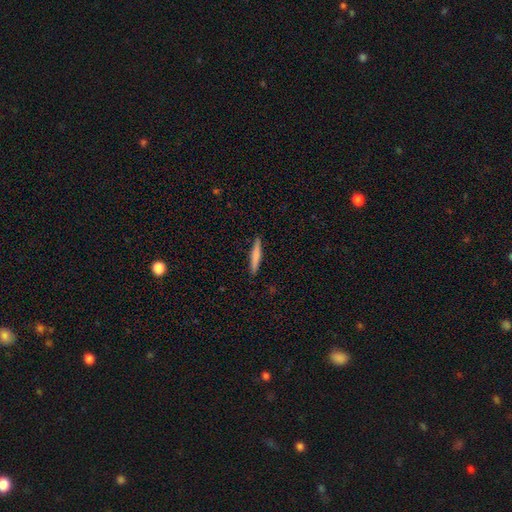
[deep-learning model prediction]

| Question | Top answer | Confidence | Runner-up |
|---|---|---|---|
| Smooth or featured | smooth | 70% | featured or disk (24%) |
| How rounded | cigar-shaped | 94% | in between (4%) |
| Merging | none | 91% | minor disturbance (7%) |